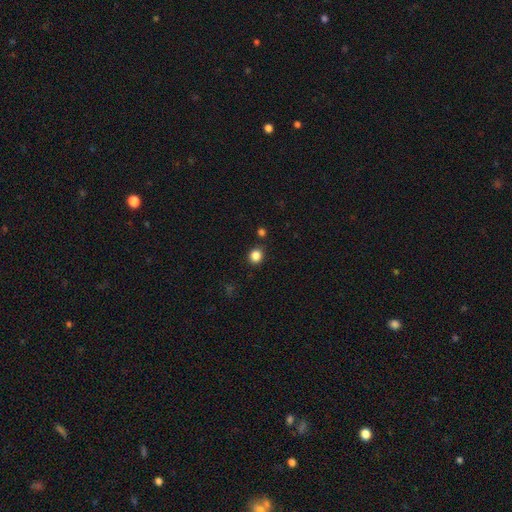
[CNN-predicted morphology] type=smooth (85%); roundness=round (79%); merging=none (86%).